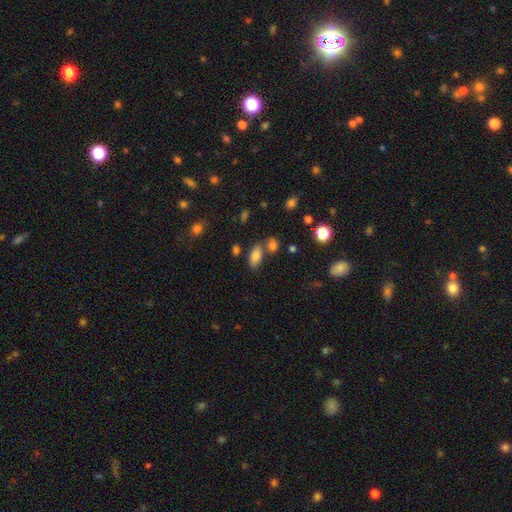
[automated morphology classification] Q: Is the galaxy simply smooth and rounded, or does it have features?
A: smooth — 81%.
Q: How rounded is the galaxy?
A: in between — 88%.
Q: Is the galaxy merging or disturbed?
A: none — 63%.